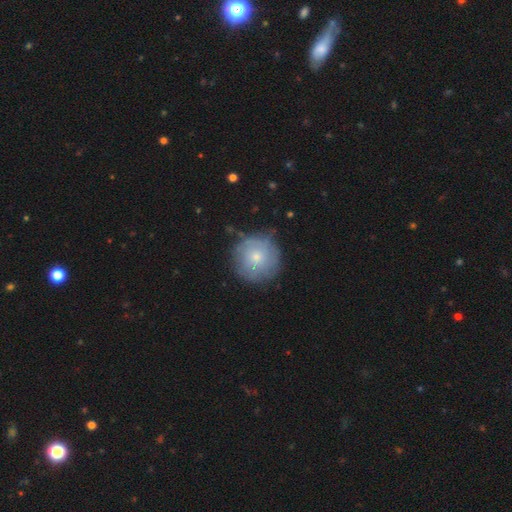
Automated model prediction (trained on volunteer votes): Smooth or featured? smooth (57%)
How rounded? round (95%)
Merging? none (80%)